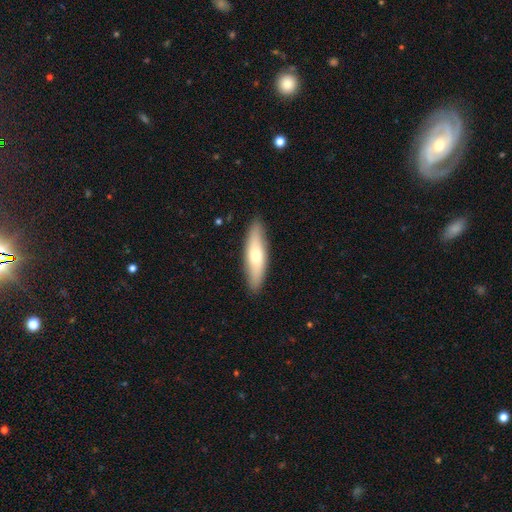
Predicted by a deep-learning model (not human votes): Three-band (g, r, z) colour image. It shows a smooth galaxy with no disk features (62%) that is cigar-shaped (67%). Merging: none (89%).